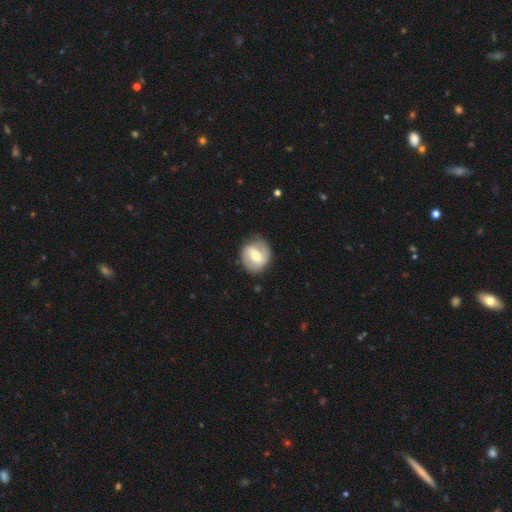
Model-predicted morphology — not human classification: featured or disk 53%, smooth 41%, star or artifact 6%. Down the decision tree: edge-on disk — no (96%); bar — weak (43%); spiral arms — yes (68%); bulge size — moderate (59%); merging — none (78%).